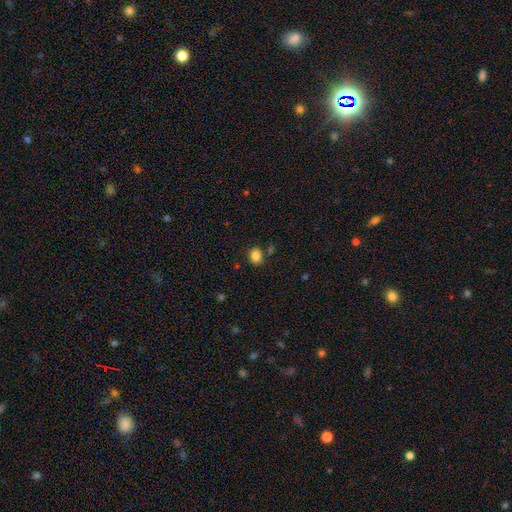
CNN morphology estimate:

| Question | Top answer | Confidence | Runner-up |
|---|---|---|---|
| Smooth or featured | smooth | 84% | star or artifact (11%) |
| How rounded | round | 51% | in between (49%) |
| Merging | none | 79% | minor disturbance (11%) |